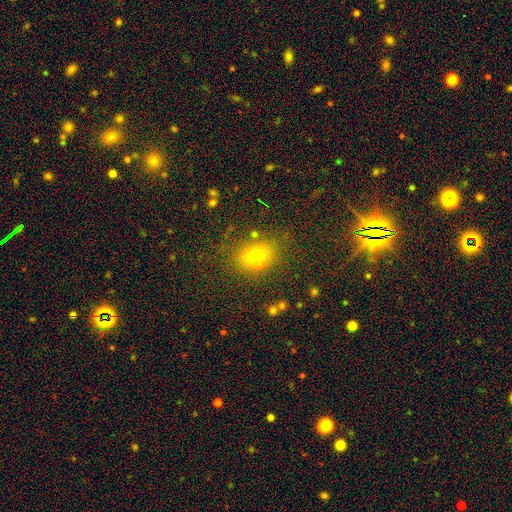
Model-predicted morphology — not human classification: Smooth or featured: smooth — 65% (star or artifact — 19%)
How rounded: in between — 49% (tied with round — 49%)
Merging: none — 64% (merger — 19%)